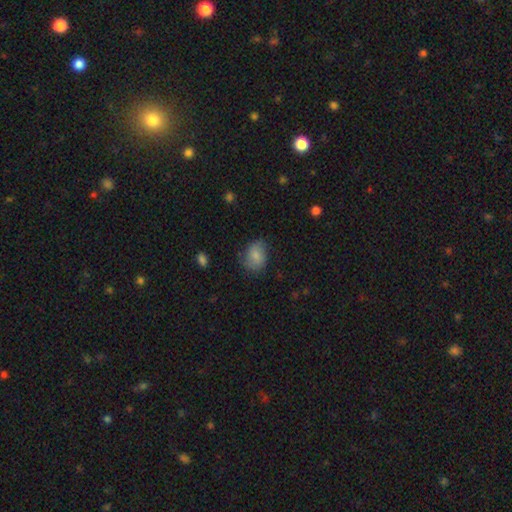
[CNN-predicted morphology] The model was most divided on "how rounded": in between: 61%, round: 38%, cigar-shaped: 1%. More confident: smooth or featured — smooth (81%); merging — none (64%).